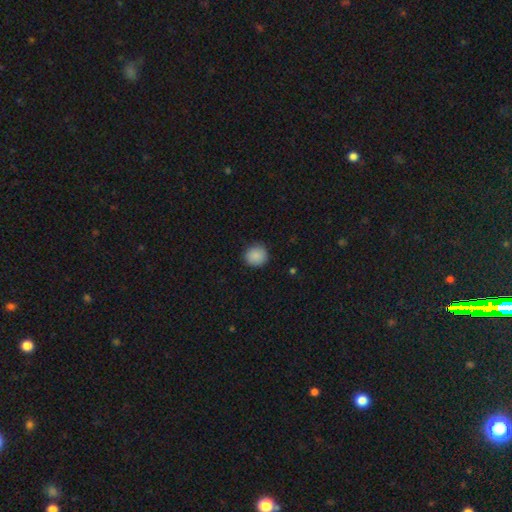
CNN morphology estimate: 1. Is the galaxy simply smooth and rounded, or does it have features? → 88% smooth, 8% star or artifact, 3% featured or disk.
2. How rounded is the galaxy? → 93% round, 6% in between, 1% cigar-shaped.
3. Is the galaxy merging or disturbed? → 89% none, 8% minor disturbance, 2% major disturbance, 1% merger.